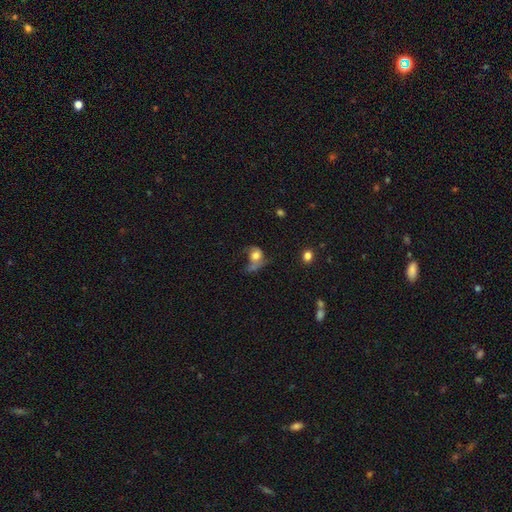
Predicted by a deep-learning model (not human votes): smooth 62%, featured or disk 27%, star or artifact 11%. Down the decision tree: how rounded — in between (50%); merging — major disturbance (48%).